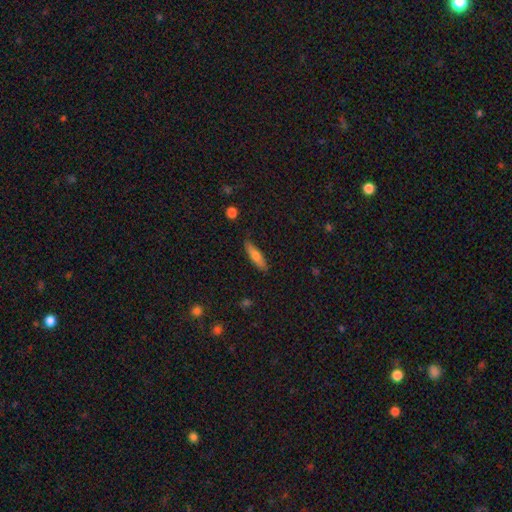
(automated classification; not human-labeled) Q: Smooth or featured?
A: smooth (69%); runner-up: featured or disk (24%)
Q: How rounded?
A: cigar-shaped (73%); runner-up: in between (26%)
Q: Merging?
A: none (84%); runner-up: minor disturbance (13%)